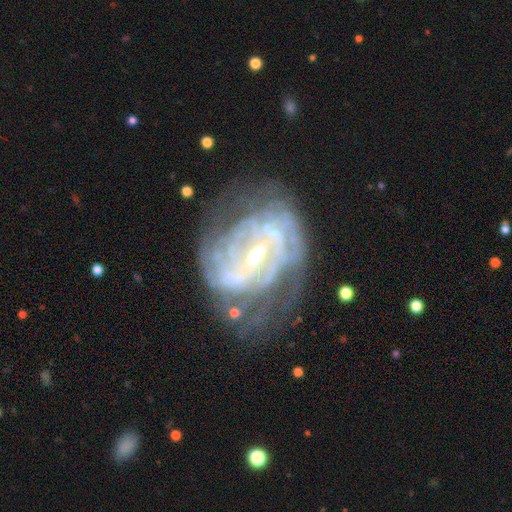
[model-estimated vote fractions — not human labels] smooth_or_featured: featured or disk (p=0.87) [alt: star or artifact p=0.06]
disk_edge_on: no (p=0.97) [alt: yes p=0.03]
bar: strong (p=0.47) [alt: weak p=0.40]
has_spiral_arms: yes (p=0.91) [alt: no p=0.09]
spiral_winding: tight (p=0.64) [alt: medium p=0.28]
spiral_arm_count: can't tell (p=0.42) [alt: 2 p=0.23]
bulge_size: small (p=0.61) [alt: moderate p=0.35]
merging: none (p=0.59) [alt: minor disturbance p=0.22]